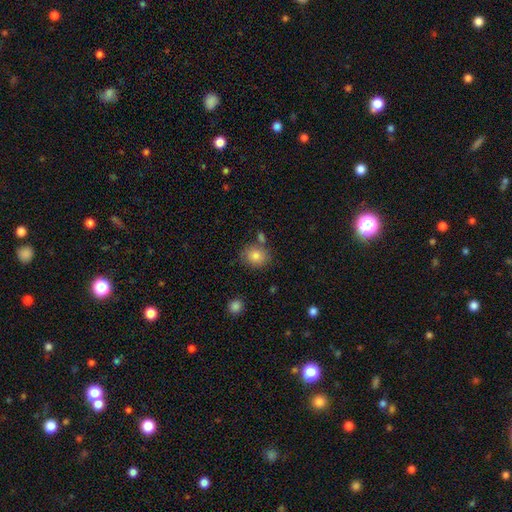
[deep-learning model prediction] Smooth or featured?
  - smooth: 82% *
  - star or artifact: 9%
  - featured or disk: 9%
How rounded?
  - round: 64% *
  - in between: 35%
  - cigar-shaped: 1%
Merging?
  - none: 72% *
  - minor disturbance: 14%
  - merger: 10%
  - major disturbance: 4%